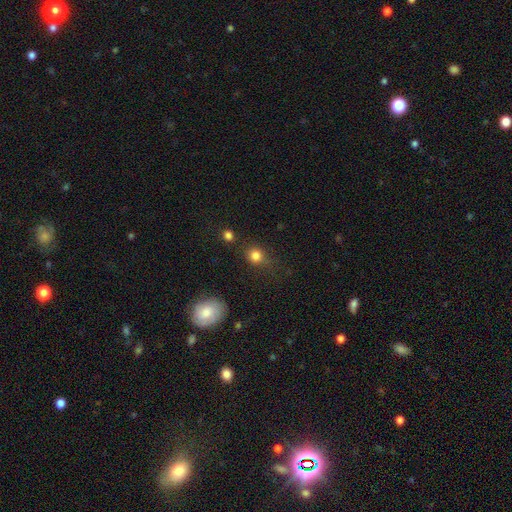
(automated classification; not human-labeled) A smooth galaxy with no disk features (81%) that is round (79%).

Vote fractions:
- Smooth or featured? smooth: 81% / star or artifact: 13% / featured or disk: 6%
- How rounded? round: 79% / in between: 20% / cigar-shaped: 1%
- Merging? none: 71% / minor disturbance: 16% / major disturbance: 7% / merger: 5%